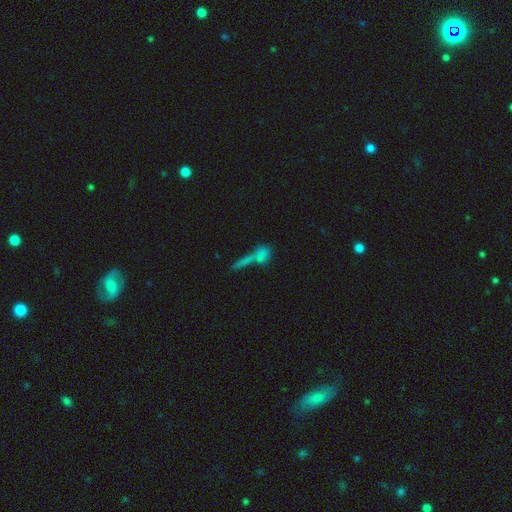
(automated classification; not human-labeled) smooth 49%, star or artifact 26%, featured or disk 25%. Down the decision tree: merging — none (42%).